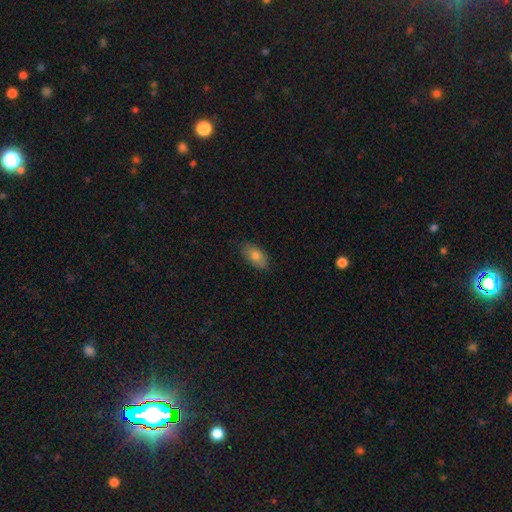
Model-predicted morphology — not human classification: Smooth or featured? Predicted: smooth (p=0.78). How rounded? Predicted: in between (p=0.91). Merging? Predicted: none (p=0.84).